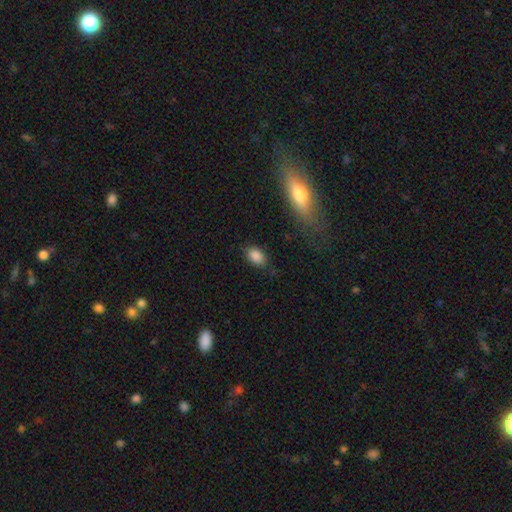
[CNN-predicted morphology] type=smooth (87%); roundness=in between (88%); merging=none (81%).